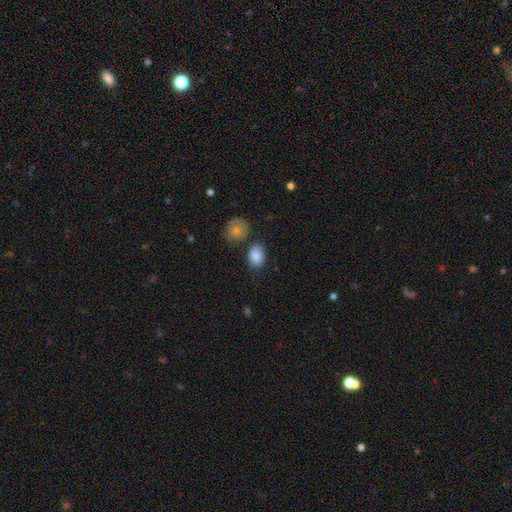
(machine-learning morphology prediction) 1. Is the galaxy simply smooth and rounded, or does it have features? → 85% smooth, 8% featured or disk, 7% star or artifact.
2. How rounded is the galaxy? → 75% in between, 24% round, 1% cigar-shaped.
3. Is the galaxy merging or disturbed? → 65% none, 19% minor disturbance, 10% merger, 5% major disturbance.